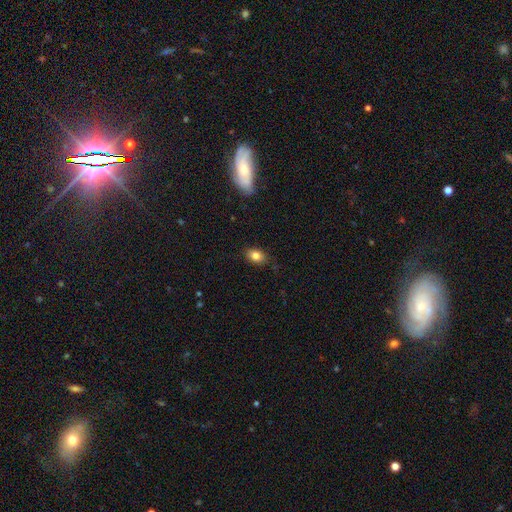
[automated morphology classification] smooth-or-featured: smooth: 82% | star or artifact: 10% | featured or disk: 8%
  how-rounded: in between: 76% | round: 23% | cigar-shaped: 1%
  merging: none: 84% | minor disturbance: 12% | major disturbance: 2% | merger: 1%